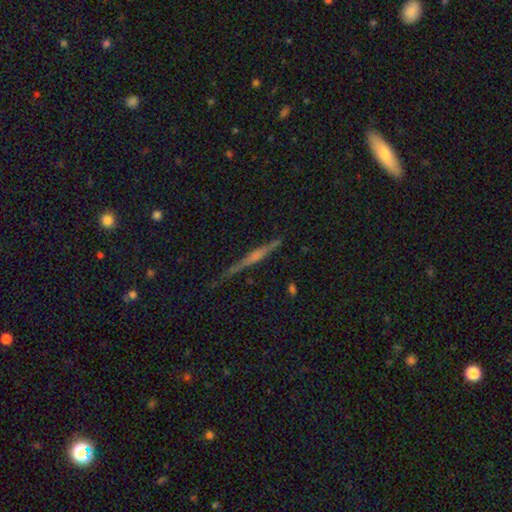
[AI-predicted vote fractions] Smooth or featured: featured or disk — 73% (smooth — 18%)
Edge-on disk: yes — 98% (no — 2%)
Edge-on bulge: rounded — 55% (none — 29%)
Merging: none — 86% (minor disturbance — 10%)